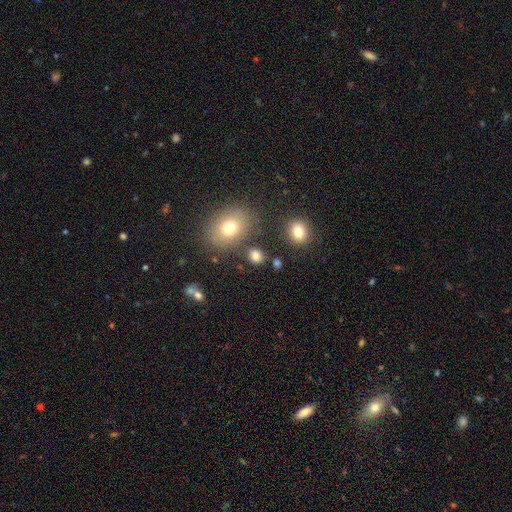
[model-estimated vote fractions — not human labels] The model was most divided on "how rounded": round: 62%, in between: 36%, cigar-shaped: 2%. More confident: merging — none (79%); smooth or featured — smooth (79%).